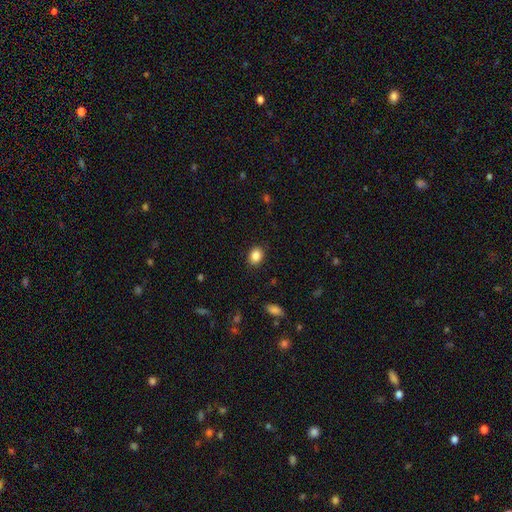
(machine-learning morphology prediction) A smooth galaxy with no disk features (87%) that is in between round and cigar-shaped (54%). Merging: none (88%).